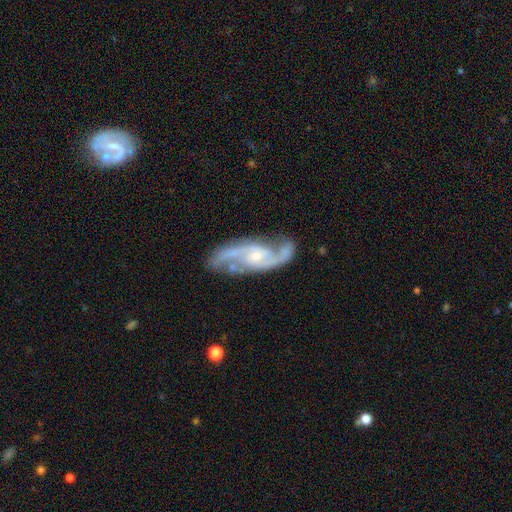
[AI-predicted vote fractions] Smooth or featured?
  - featured or disk: 90% *
  - star or artifact: 5%
  - smooth: 5%
Edge-on disk?
  - no: 95% *
  - yes: 5%
Bar?
  - no: 50% *
  - weak: 37%
  - strong: 12%
Spiral arms?
  - yes: 97% *
  - no: 3%
Spiral winding?
  - medium: 52% *
  - loose: 32%
  - tight: 16%
Spiral arm count?
  - 2: 90% *
  - 3: 3%
  - can't tell: 3%
  - 1: 1%
  - 4: 1%
  - more than 4: 1%
Bulge size?
  - small: 64% *
  - moderate: 30%
  - none: 4%
  - large: 2%
  - dominant: 1%
Merging?
  - none: 72% *
  - minor disturbance: 18%
  - major disturbance: 7%
  - merger: 3%